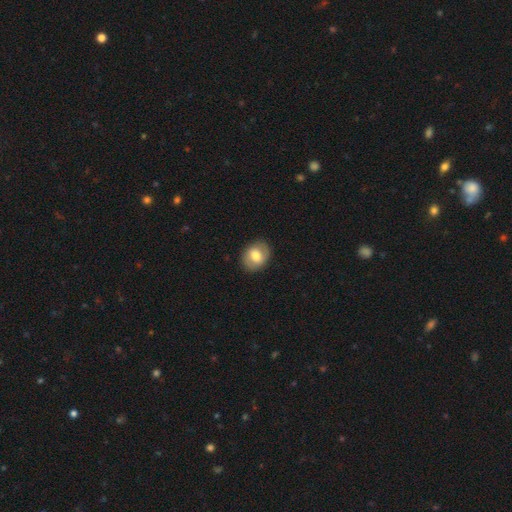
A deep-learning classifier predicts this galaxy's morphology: Overall: smooth (60%; featured or disk 32%). How rounded: in between (50%; round 49%). Merging: none (85%).